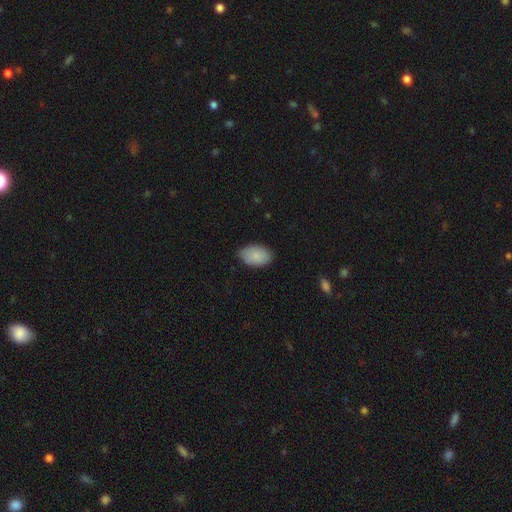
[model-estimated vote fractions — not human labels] Smooth or featured: smooth — 88% (star or artifact — 6%)
How rounded: in between — 92% (round — 7%)
Merging: none — 78% (minor disturbance — 18%)